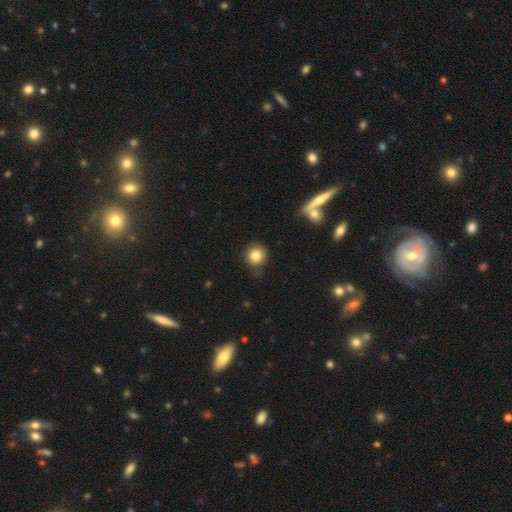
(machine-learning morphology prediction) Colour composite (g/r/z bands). It shows a smooth galaxy with no disk features (82%) that is round (89%). Merging: none (74%).